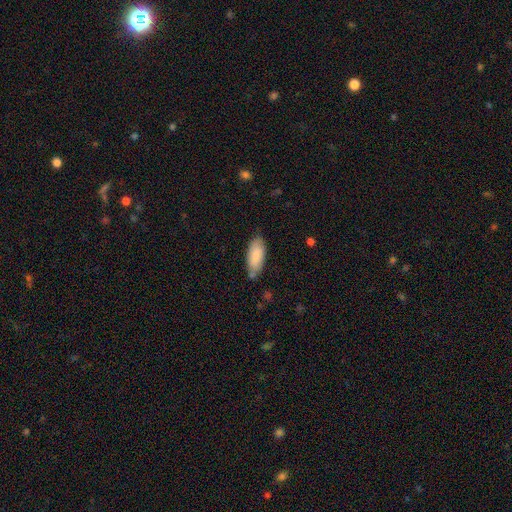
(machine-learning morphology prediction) A smooth galaxy with no disk features (86%) that is in between round and cigar-shaped (80%). Merging: none (70%).